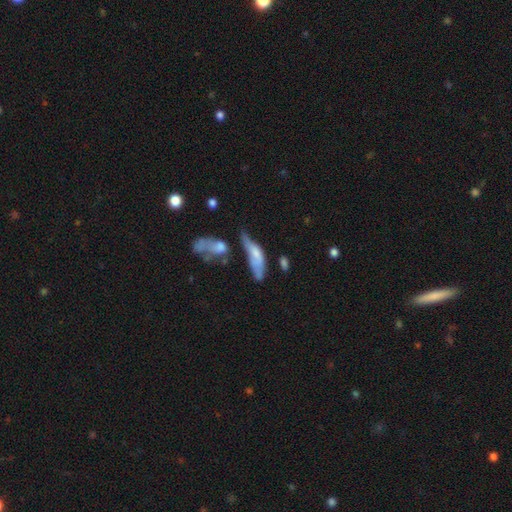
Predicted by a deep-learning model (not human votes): smooth_or_featured: smooth (p=0.55) [alt: featured or disk p=0.37]
how_rounded: in between (p=0.56) [alt: cigar-shaped p=0.41]
merging: merger (p=0.31) [alt: major disturbance p=0.30]